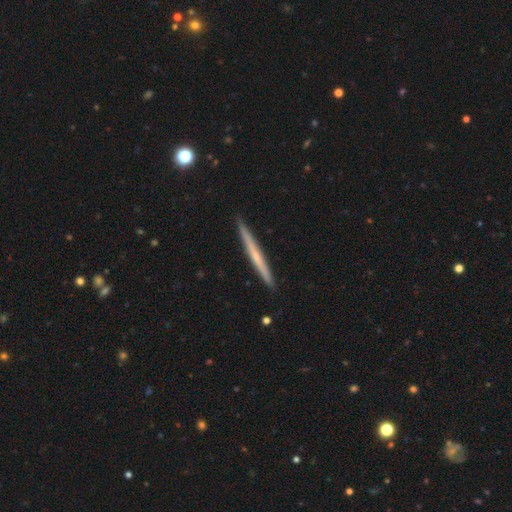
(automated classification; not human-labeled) smooth-or-featured: featured or disk: 55% | smooth: 39% | star or artifact: 5%
  disk-edge-on: yes: 97% | no: 3%
    edge-on-bulge: none: 68% | rounded: 28% | boxy: 4%
  merging: none: 92% | minor disturbance: 6% | major disturbance: 1% | merger: 1%